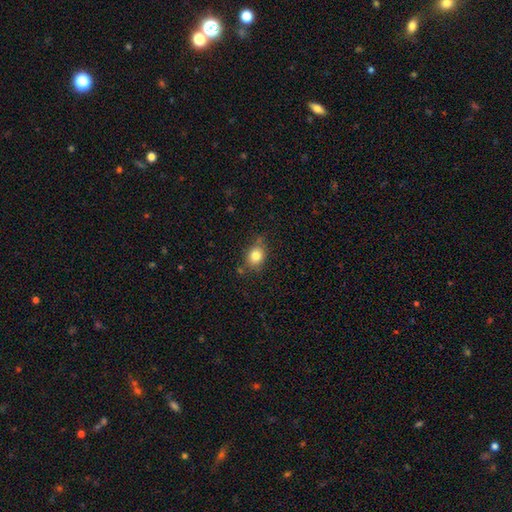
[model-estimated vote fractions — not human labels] Morphology: type=smooth (82%); roundness=round (51%); merging=none (72%).